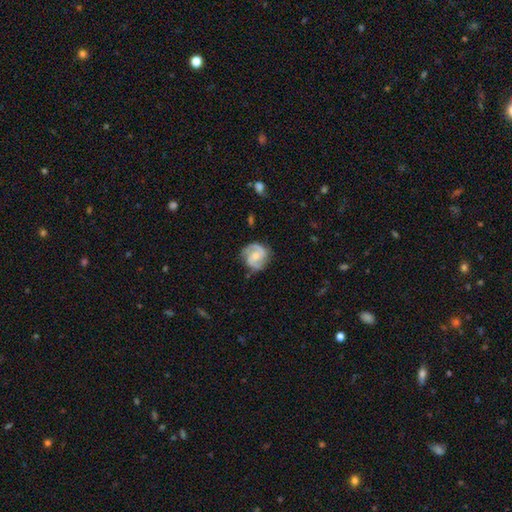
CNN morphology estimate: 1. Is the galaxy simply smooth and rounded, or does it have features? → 84% featured or disk, 11% smooth, 5% star or artifact.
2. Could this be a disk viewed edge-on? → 98% no, 2% yes.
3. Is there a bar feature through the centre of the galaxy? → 52% no, 39% weak, 9% strong.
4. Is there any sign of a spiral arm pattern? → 97% yes, 3% no.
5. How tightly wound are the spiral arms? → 51% medium, 35% tight, 14% loose.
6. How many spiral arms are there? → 89% 2, 3% can't tell, 3% 3, 2% 1, 1% 4, 1% more than 4.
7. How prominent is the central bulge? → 49% small, 40% moderate, 8% none, 2% large, 1% dominant.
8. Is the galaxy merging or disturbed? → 79% none, 16% minor disturbance, 4% major disturbance, 1% merger.